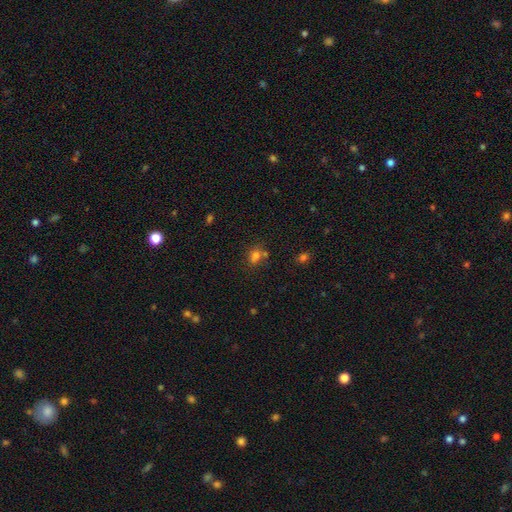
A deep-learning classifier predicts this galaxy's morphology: smooth-or-featured: smooth: 72% | star or artifact: 19% | featured or disk: 10%
  how-rounded: in between: 51% | round: 47% | cigar-shaped: 2%
  merging: none: 56% | merger: 23% | minor disturbance: 16% | major disturbance: 6%